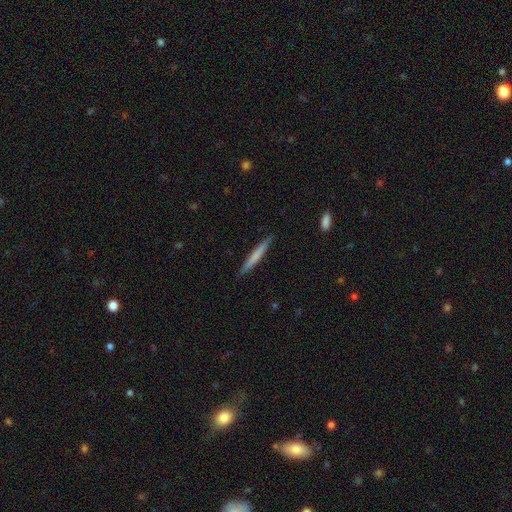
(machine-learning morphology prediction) type=smooth (63%); roundness=cigar-shaped (96%); merging=none (90%).